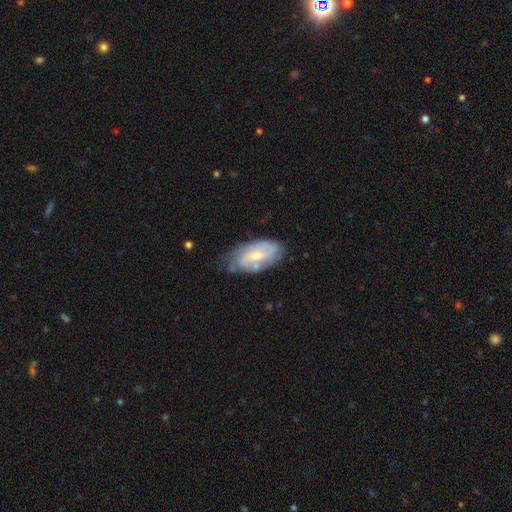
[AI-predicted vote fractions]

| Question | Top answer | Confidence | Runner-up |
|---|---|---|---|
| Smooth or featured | featured or disk | 54% | smooth (40%) |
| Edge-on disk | no | 93% | yes (7%) |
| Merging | none | 59% | minor disturbance (28%) |